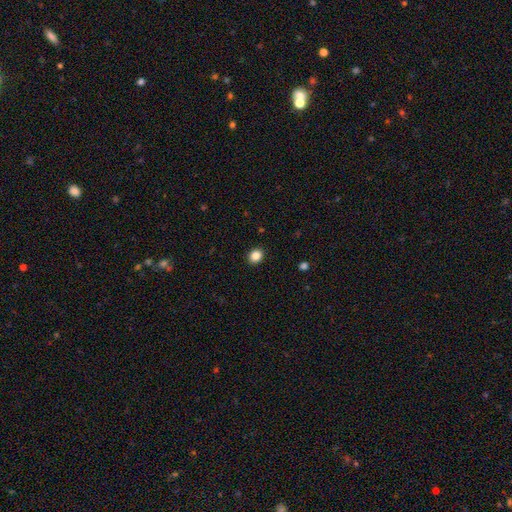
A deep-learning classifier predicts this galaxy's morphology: The model was most divided on "how rounded": round: 64%, in between: 35%, cigar-shaped: 1%. More confident: merging — none (91%); smooth or featured — smooth (86%).